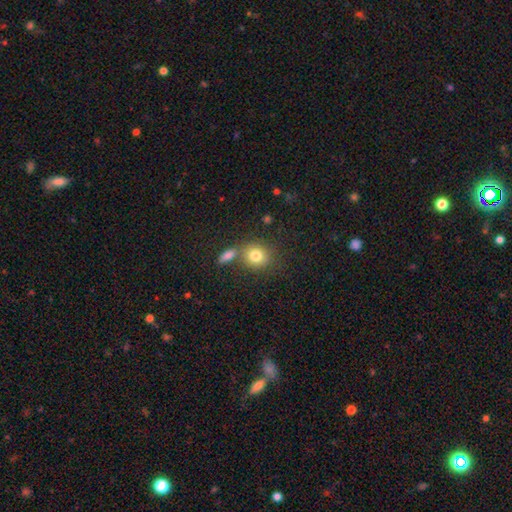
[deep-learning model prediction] The model was most divided on "merging": none: 63%, merger: 23%, minor disturbance: 11%, major disturbance: 4%. More confident: smooth or featured — smooth (80%); how rounded — round (75%).